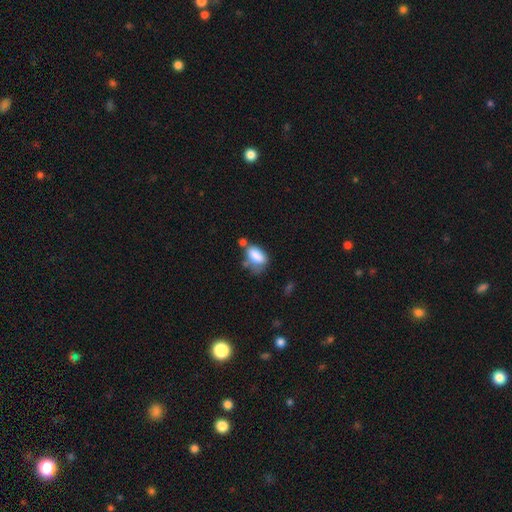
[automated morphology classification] Smooth or featured?
  - smooth: 81% *
  - featured or disk: 10%
  - star or artifact: 9%
How rounded?
  - in between: 90% *
  - round: 8%
  - cigar-shaped: 2%
Merging?
  - none: 36% *
  - minor disturbance: 29%
  - merger: 20%
  - major disturbance: 15%